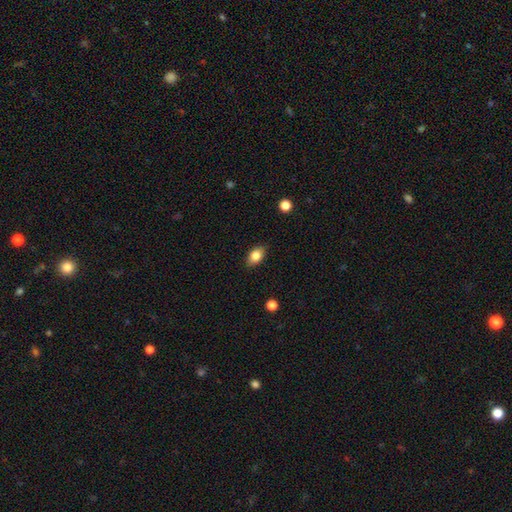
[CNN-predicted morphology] Smooth or featured? smooth (82%)
How rounded? in between (85%)
Merging? none (85%)